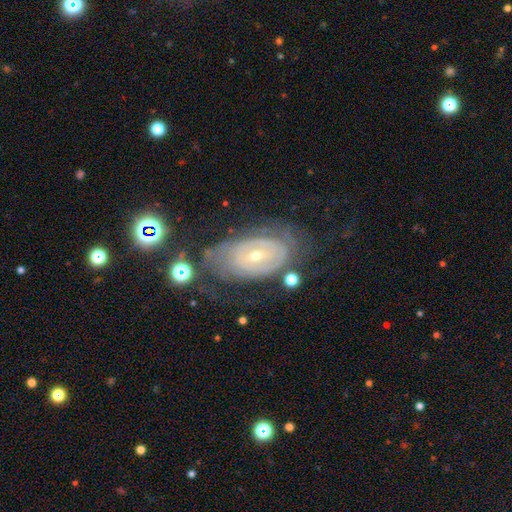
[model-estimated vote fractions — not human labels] Smooth or featured? featured or disk (80%)
Edge-on disk? no (95%)
Bar? no (59%)
Spiral arms? yes (81%)
Spiral winding? tight (77%)
Spiral arm count? can't tell (53%)
Bulge size? small (60%)
Merging? none (59%)